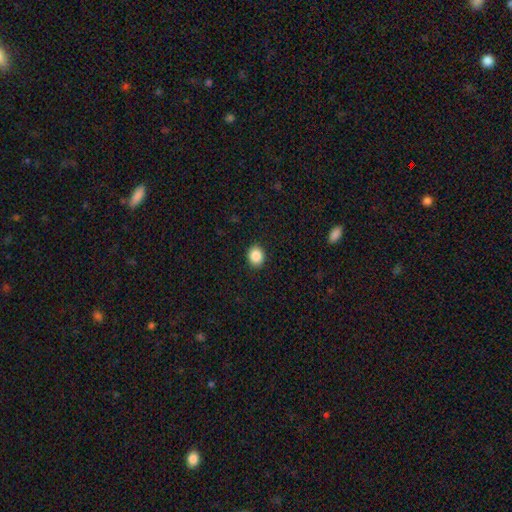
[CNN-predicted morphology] Smooth or featured?
  - smooth: 88% *
  - star or artifact: 9%
  - featured or disk: 4%
How rounded?
  - round: 62% *
  - in between: 37%
  - cigar-shaped: 1%
Merging?
  - none: 91% *
  - minor disturbance: 6%
  - major disturbance: 2%
  - merger: 1%